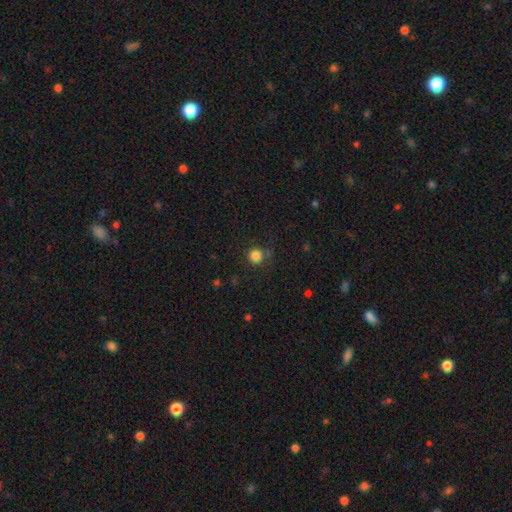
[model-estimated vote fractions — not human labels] smooth-or-featured: smooth: 83% | star or artifact: 12% | featured or disk: 4%
  how-rounded: round: 94% | in between: 5% | cigar-shaped: 1%
  merging: none: 83% | minor disturbance: 10% | major disturbance: 4% | merger: 3%